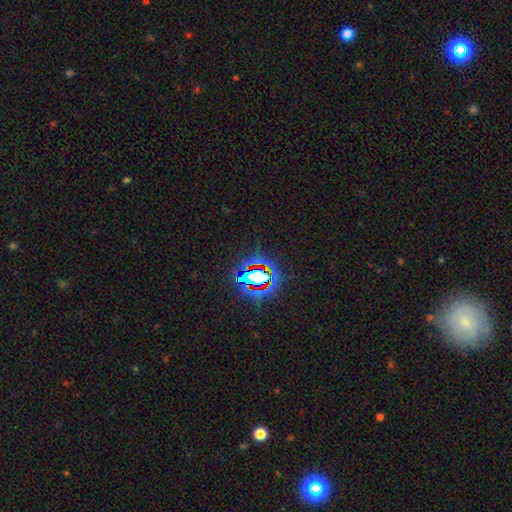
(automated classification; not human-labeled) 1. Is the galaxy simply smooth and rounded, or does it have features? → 77% star or artifact, 13% smooth, 10% featured or disk.